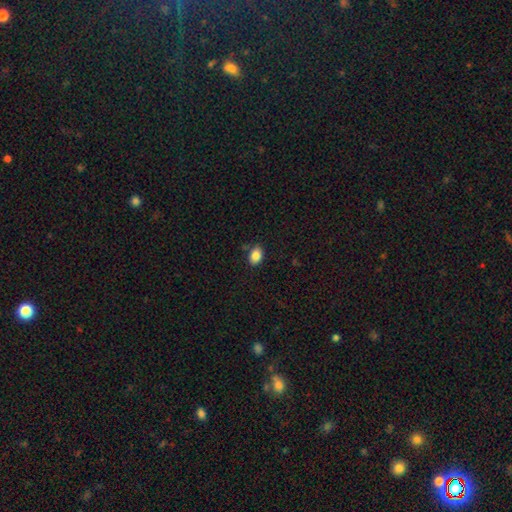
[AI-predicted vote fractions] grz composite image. It shows a smooth galaxy with no disk features (86%) that is in between round and cigar-shaped (80%). Merging: none (80%).